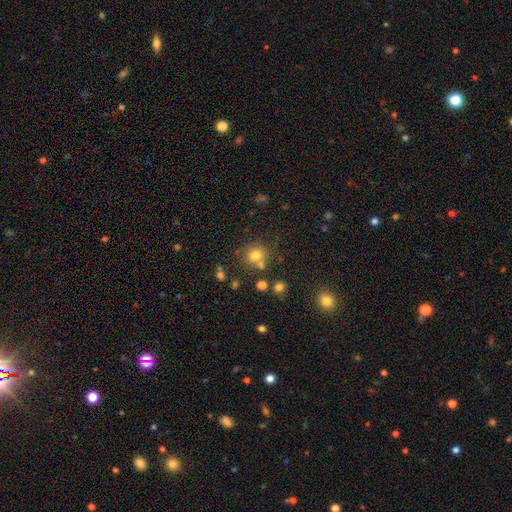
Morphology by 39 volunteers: Overall: smooth (74%). How rounded: round (76%). Merging: none (49%; merger 40%).